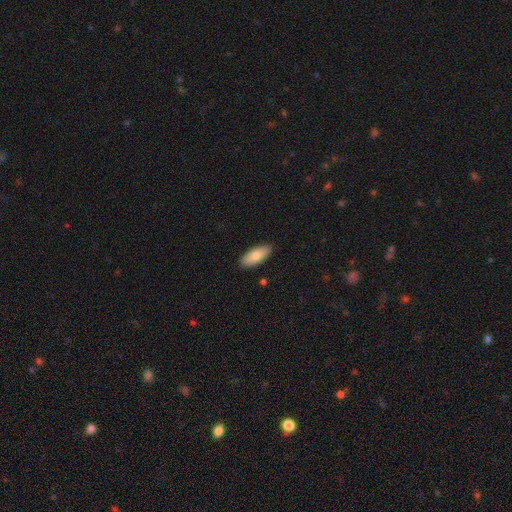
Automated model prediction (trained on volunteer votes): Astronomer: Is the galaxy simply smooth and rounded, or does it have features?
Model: smooth — 81%.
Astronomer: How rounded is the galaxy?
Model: in between — 83%.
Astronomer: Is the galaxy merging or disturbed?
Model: none — 88%.